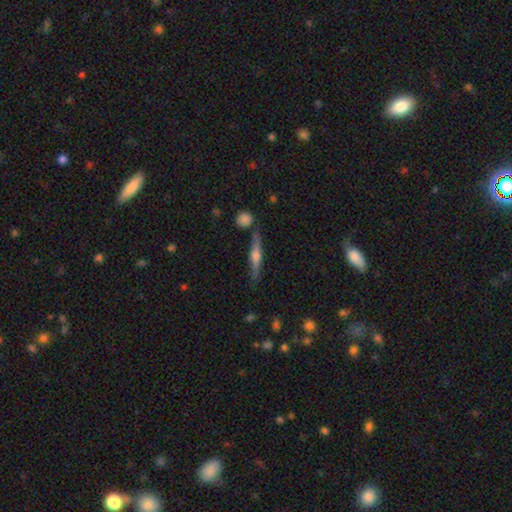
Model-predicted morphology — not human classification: A featured or disk galaxy (65%) viewed edge-on (97%) with a rounded central bulge (82%). Merging: none (83%).